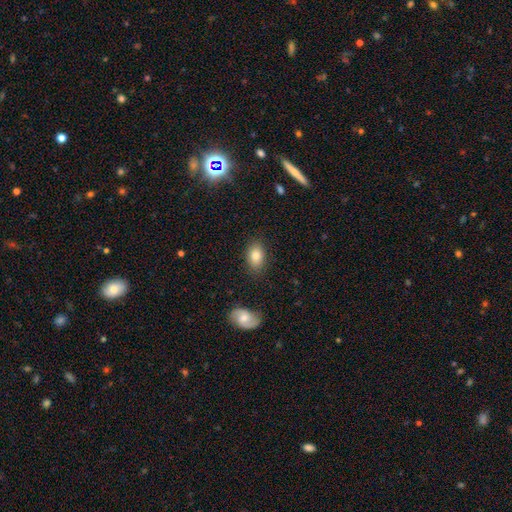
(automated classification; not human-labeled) Smooth or featured? smooth (83%)
How rounded? in between (84%)
Merging? none (83%)